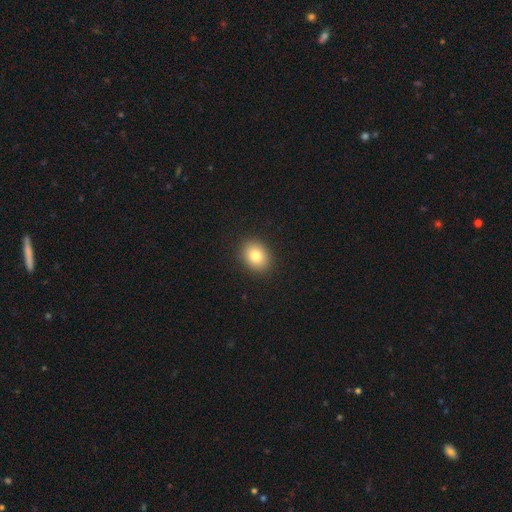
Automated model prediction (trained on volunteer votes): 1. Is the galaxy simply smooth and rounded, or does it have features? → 80% smooth, 10% star or artifact, 10% featured or disk.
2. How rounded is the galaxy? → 53% round, 46% in between, 1% cigar-shaped.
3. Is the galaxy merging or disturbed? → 90% none, 7% minor disturbance, 2% major disturbance, 1% merger.